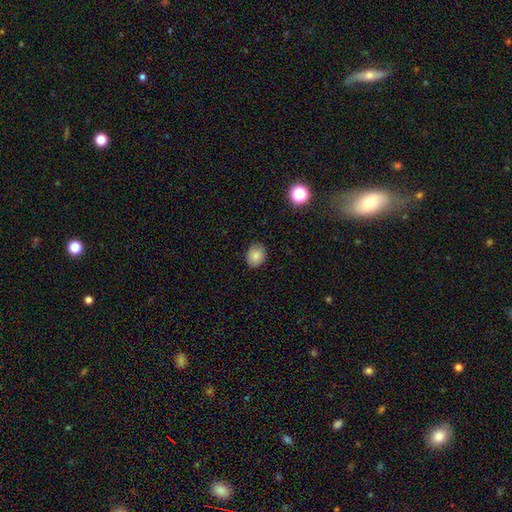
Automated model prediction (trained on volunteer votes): Morphology: type=smooth (84%); roundness=round (58%); merging=none (84%).